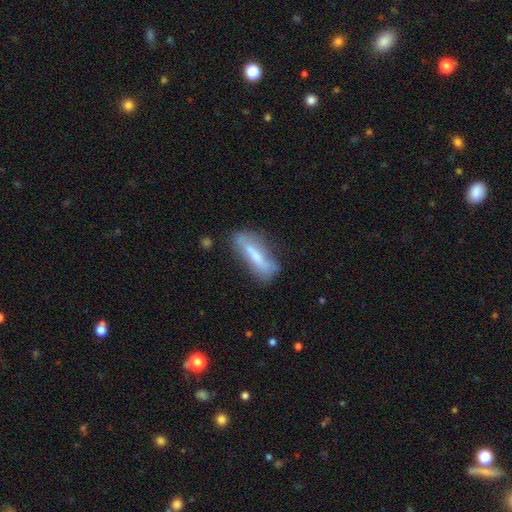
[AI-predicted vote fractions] smooth_or_featured: smooth (p=0.52) [alt: featured or disk p=0.40]
how_rounded: cigar-shaped (p=0.64) [alt: in between p=0.34]
merging: none (p=0.63) [alt: minor disturbance p=0.24]